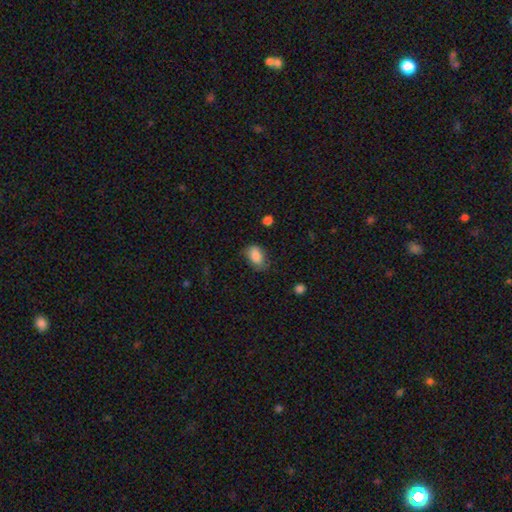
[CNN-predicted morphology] Smooth or featured?
  - smooth: 86% *
  - star or artifact: 8%
  - featured or disk: 6%
How rounded?
  - in between: 88% *
  - round: 11%
  - cigar-shaped: 2%
Merging?
  - none: 65% *
  - minor disturbance: 27%
  - major disturbance: 7%
  - merger: 2%